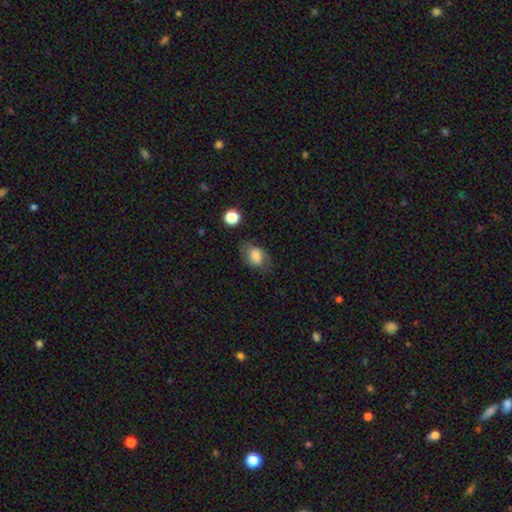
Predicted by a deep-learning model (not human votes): Q: Smooth or featured?
A: smooth (72%); runner-up: featured or disk (19%)
Q: How rounded?
A: in between (77%); runner-up: round (21%)
Q: Merging?
A: none (60%); runner-up: minor disturbance (25%)